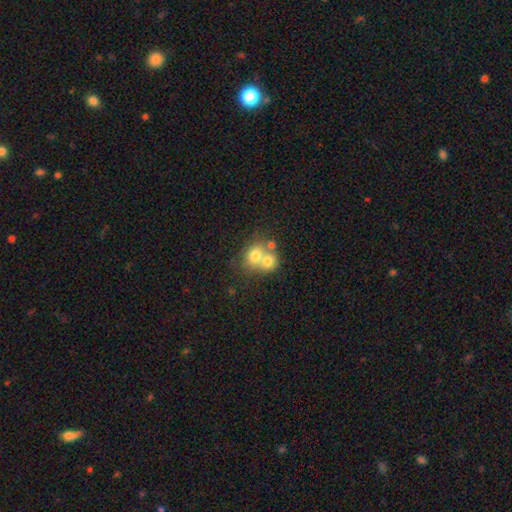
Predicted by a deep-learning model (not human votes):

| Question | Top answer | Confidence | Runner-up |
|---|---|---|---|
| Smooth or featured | smooth | 69% | featured or disk (20%) |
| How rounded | round | 70% | in between (29%) |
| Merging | merger | 64% | none (26%) |